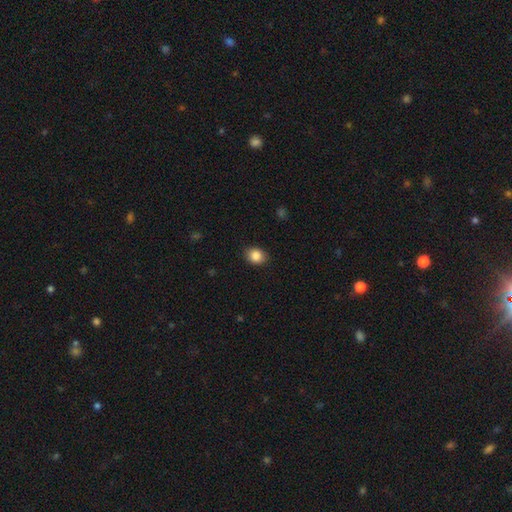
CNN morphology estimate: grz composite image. It shows a smooth galaxy with no disk features (87%) that is round (55%). Merging: none (86%).